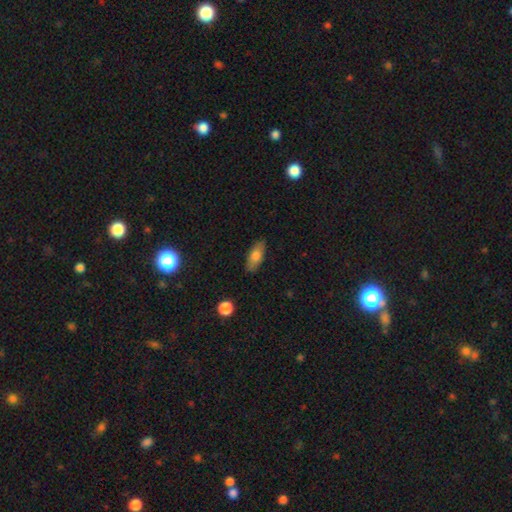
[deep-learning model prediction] This is likely a smooth galaxy (73%). How rounded: likely in between (78%). Merging: clearly none (84%).